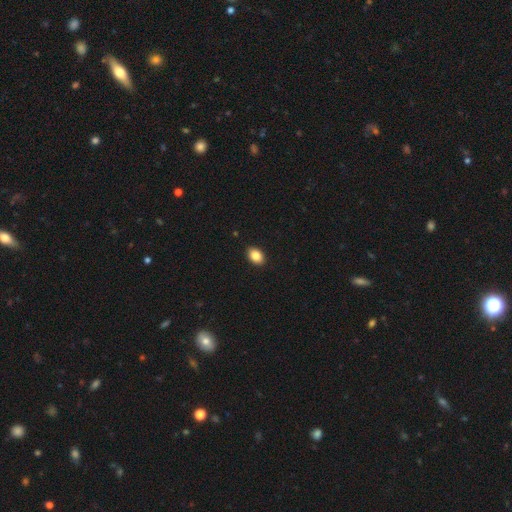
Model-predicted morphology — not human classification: smooth 86%, star or artifact 8%, featured or disk 5%. Down the decision tree: how rounded — in between (81%); merging — none (91%).